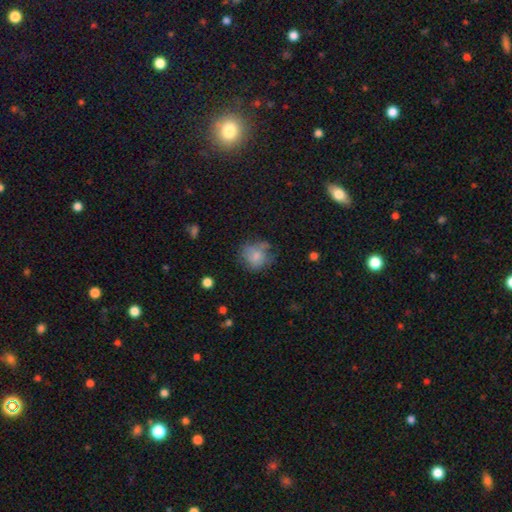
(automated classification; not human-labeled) Smooth or featured? Predicted: smooth (p=0.71). How rounded? Predicted: round (p=0.72). Merging? Predicted: none (p=0.48).